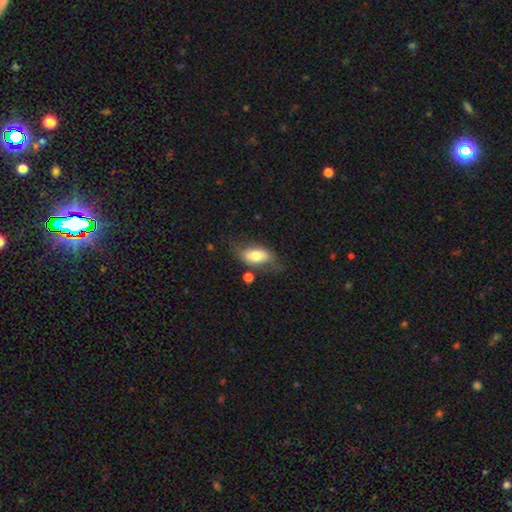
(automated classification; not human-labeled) Smooth or featured: smooth — 68% (featured or disk — 25%)
How rounded: in between — 89% (round — 6%)
Merging: none — 59% (minor disturbance — 23%)